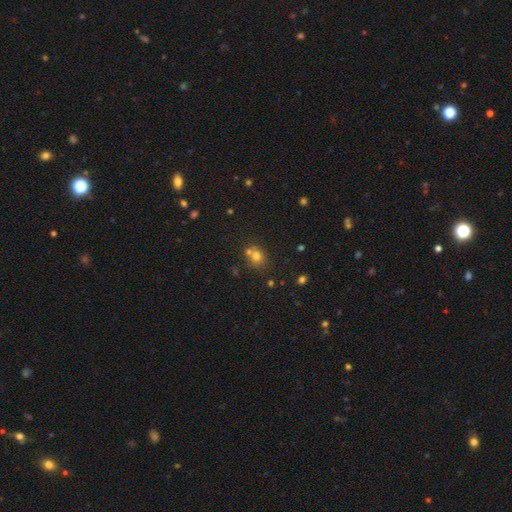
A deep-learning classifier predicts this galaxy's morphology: Smooth or featured? smooth (69%)
How rounded? round (78%)
Merging? none (59%)